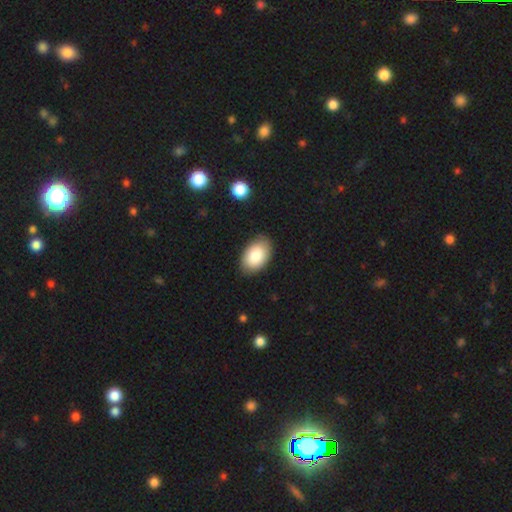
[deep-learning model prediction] A smooth galaxy with no disk features (84%) that is in between round and cigar-shaped (91%).

Vote fractions:
- Smooth or featured? smooth: 84% / featured or disk: 10% / star or artifact: 7%
- How rounded? in between: 91% / round: 8% / cigar-shaped: 1%
- Merging? none: 85% / minor disturbance: 11% / major disturbance: 2% / merger: 1%